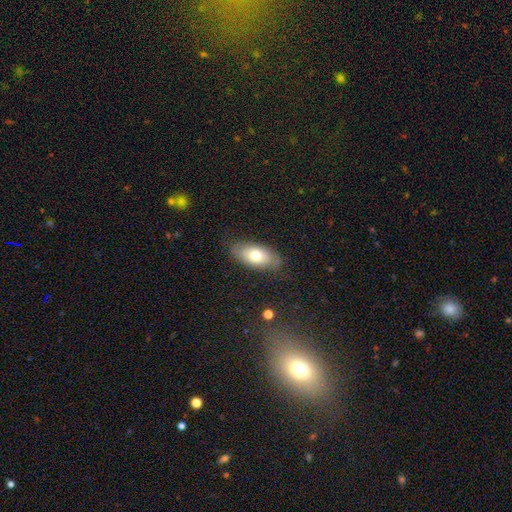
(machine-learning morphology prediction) A smooth galaxy with no disk features (71%) that is in between round and cigar-shaped (89%).

Vote fractions:
- Smooth or featured? smooth: 71% / featured or disk: 23% / star or artifact: 7%
- How rounded? in between: 89% / cigar-shaped: 8% / round: 3%
- Merging? none: 81% / minor disturbance: 14% / major disturbance: 3% / merger: 1%